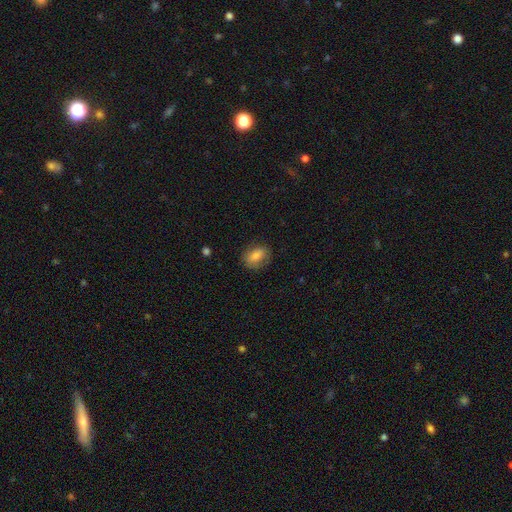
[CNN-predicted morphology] smooth-or-featured: smooth: 78% | featured or disk: 14% | star or artifact: 8%
  how-rounded: in between: 77% | round: 21% | cigar-shaped: 2%
  merging: none: 75% | minor disturbance: 18% | major disturbance: 6% | merger: 1%